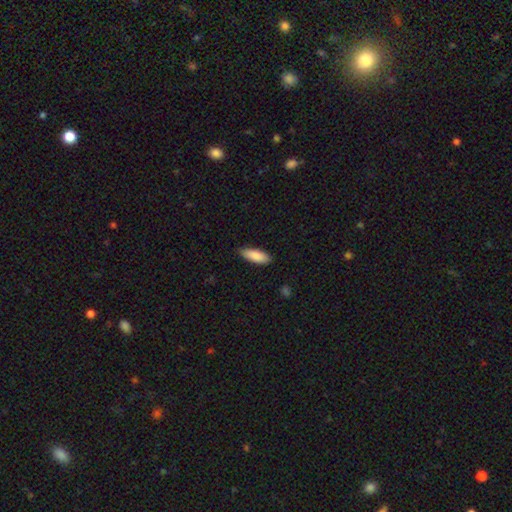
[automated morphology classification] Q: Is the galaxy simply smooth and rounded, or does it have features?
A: smooth — 88%.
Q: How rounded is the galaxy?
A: in between — 68%.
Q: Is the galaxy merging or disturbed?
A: none — 85%.